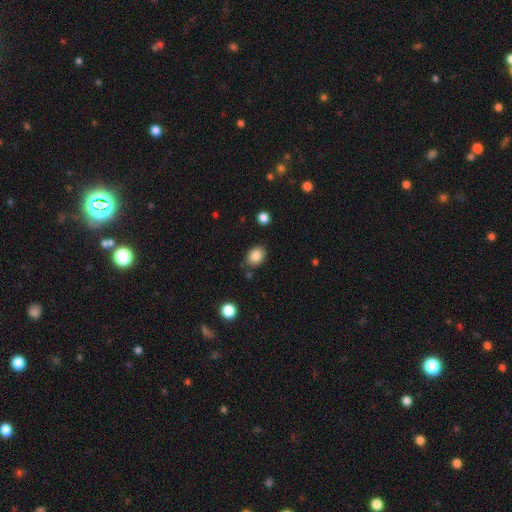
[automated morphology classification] Smooth or featured? Predicted: smooth (p=0.86). How rounded? Predicted: in between (p=0.65). Merging? Predicted: none (p=0.82).